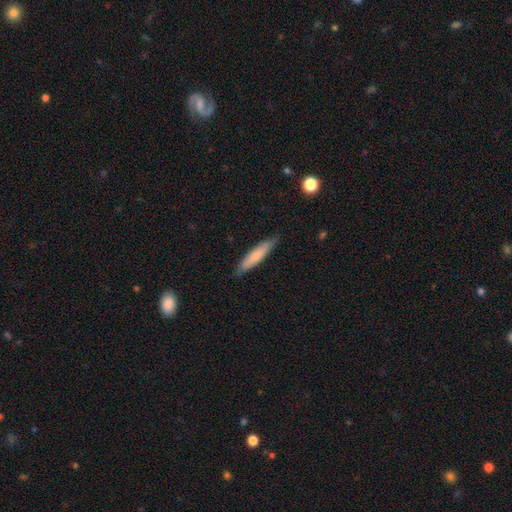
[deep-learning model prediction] Q: Smooth or featured?
A: smooth (71%); runner-up: featured or disk (23%)
Q: How rounded?
A: cigar-shaped (87%); runner-up: in between (12%)
Q: Merging?
A: none (86%); runner-up: minor disturbance (11%)